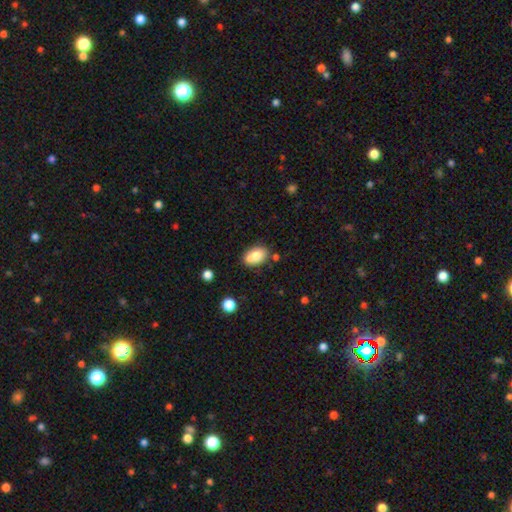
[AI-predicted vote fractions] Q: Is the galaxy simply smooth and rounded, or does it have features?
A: smooth — 75%.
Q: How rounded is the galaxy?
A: in between — 84%.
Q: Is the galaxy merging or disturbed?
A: none — 58%.